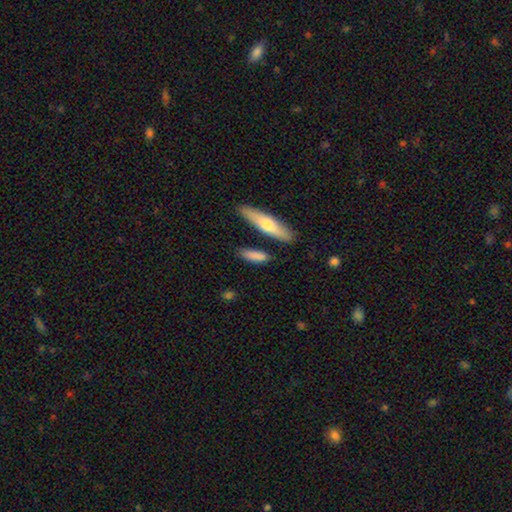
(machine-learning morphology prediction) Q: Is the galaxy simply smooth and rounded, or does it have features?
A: smooth — 80%.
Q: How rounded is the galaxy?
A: cigar-shaped — 57%.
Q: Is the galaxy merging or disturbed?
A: none — 75%.